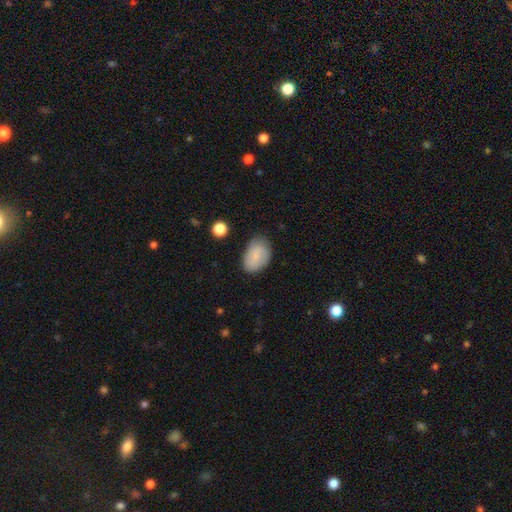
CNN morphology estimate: smooth 76%, featured or disk 16%, star or artifact 8%. Down the decision tree: how rounded — in between (86%); merging — none (73%).